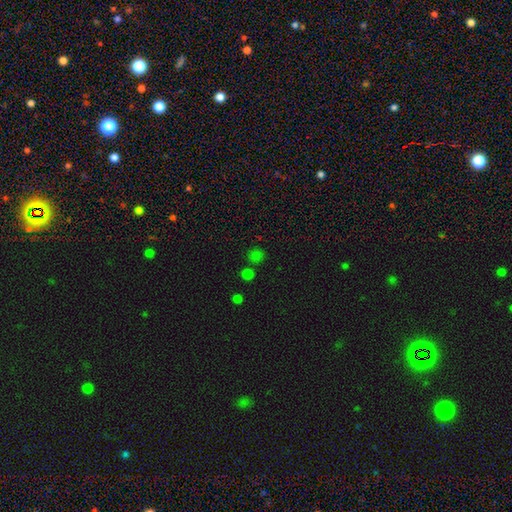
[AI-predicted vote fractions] smooth-or-featured: smooth: 64% | star or artifact: 32% | featured or disk: 5%
  how-rounded: round: 85% | in between: 14% | cigar-shaped: 1%
  merging: none: 75% | merger: 11% | minor disturbance: 10% | major disturbance: 4%